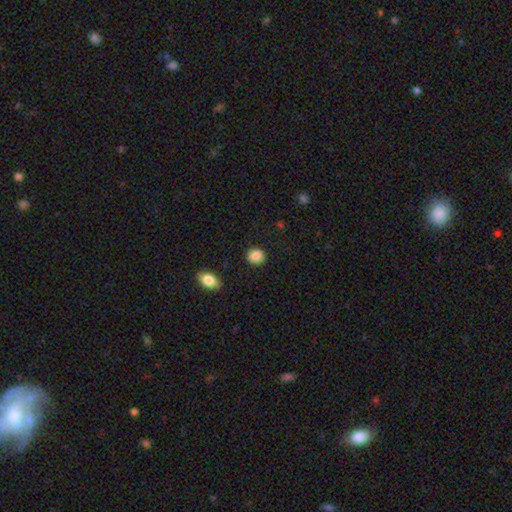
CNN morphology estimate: smooth-or-featured: smooth: 87% | star or artifact: 8% | featured or disk: 5%
  how-rounded: round: 76% | in between: 23% | cigar-shaped: 1%
  merging: none: 89% | minor disturbance: 7% | major disturbance: 2% | merger: 2%